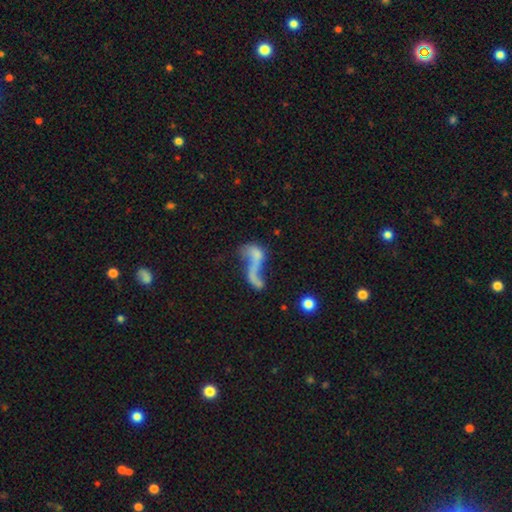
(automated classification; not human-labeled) Smooth or featured: featured or disk — 48% (smooth — 38%)
Merging: merger — 38% (major disturbance — 34%)